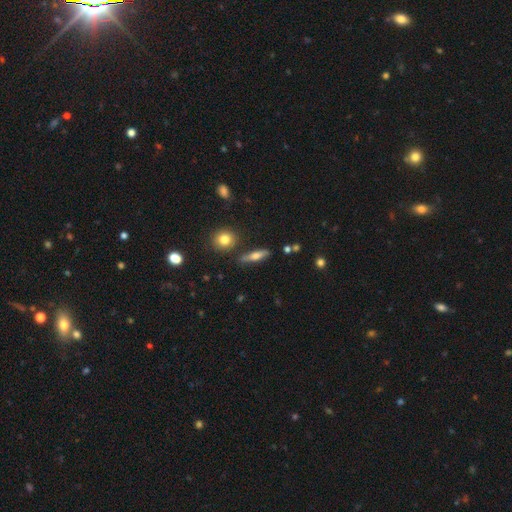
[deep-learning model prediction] Smooth or featured? smooth (56%)
How rounded? cigar-shaped (65%)
Merging? none (80%)